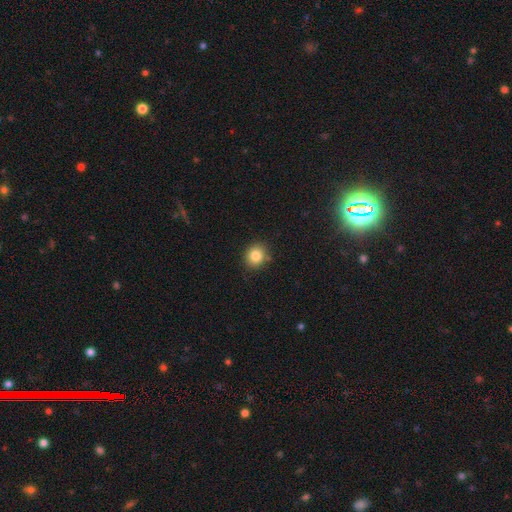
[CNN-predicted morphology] This appears to be a smooth galaxy with no disk features (83%) that is round (78%). Merging: none (85%).